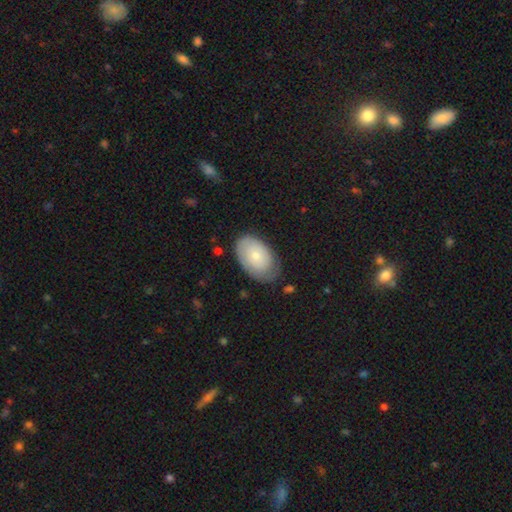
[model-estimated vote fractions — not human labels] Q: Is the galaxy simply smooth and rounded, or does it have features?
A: smooth — 63%.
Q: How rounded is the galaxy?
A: in between — 91%.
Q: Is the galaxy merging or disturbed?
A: none — 69%.